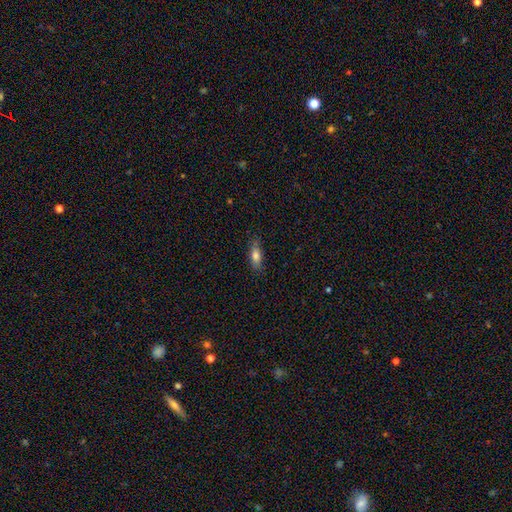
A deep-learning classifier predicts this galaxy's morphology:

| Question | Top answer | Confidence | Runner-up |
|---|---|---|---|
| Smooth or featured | smooth | 78% | featured or disk (14%) |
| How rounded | in between | 72% | cigar-shaped (24%) |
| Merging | none | 76% | minor disturbance (19%) |